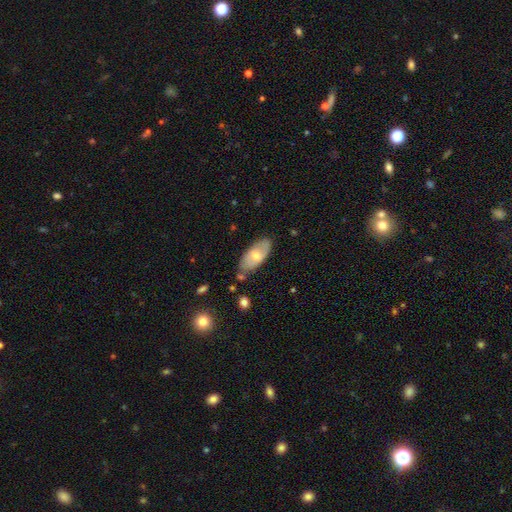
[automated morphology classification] Smooth or featured? smooth (54%)
How rounded? in between (89%)
Merging? none (74%)